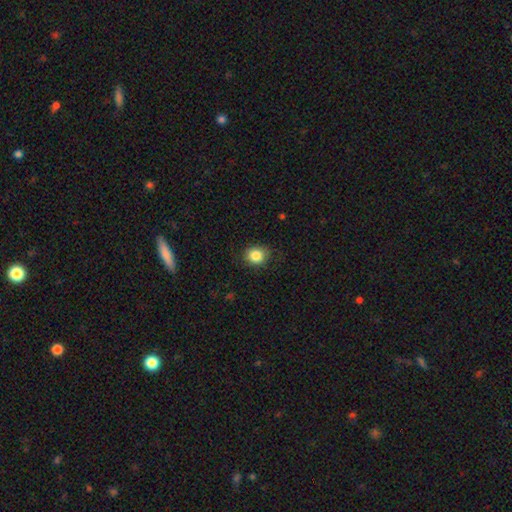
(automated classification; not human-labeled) The model was most divided on "how rounded": round: 75%, in between: 24%, cigar-shaped: 1%. More confident: smooth or featured — smooth (85%); merging — none (84%).